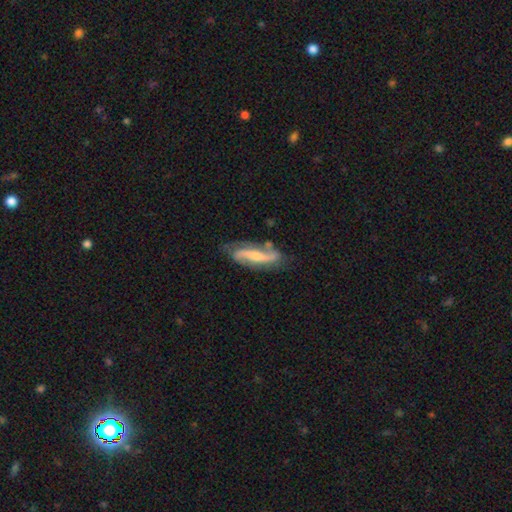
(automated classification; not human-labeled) Overall: featured or disk (81%). Edge-on disk: no (86%). Bar: strong (38%; no 32%). Spiral arms: yes (95%). Spiral arm count: 2 (90%). Spiral winding: loose (56%; medium 31%). Bulge size: moderate (45%, tied with small). Merging: none (68%).